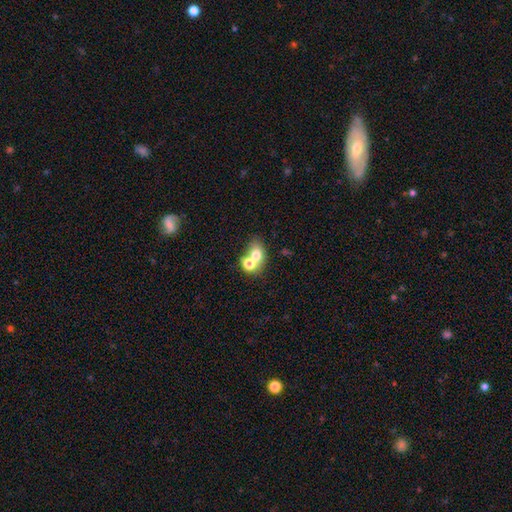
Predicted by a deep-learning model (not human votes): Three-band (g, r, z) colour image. It shows a smooth galaxy with no disk features (69%) that is in between round and cigar-shaped (52%). Merging: merger (54%).